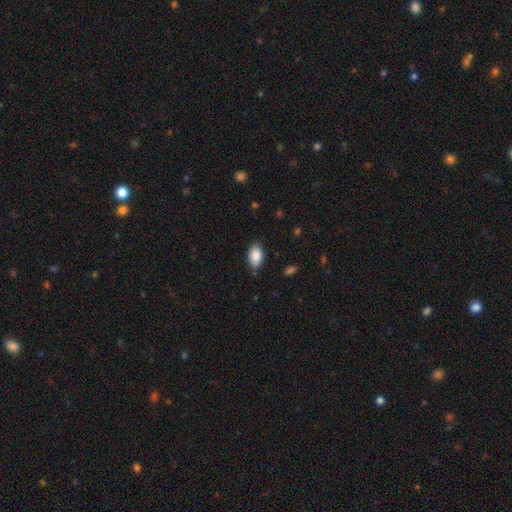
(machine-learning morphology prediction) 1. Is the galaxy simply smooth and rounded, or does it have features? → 87% smooth, 7% star or artifact, 6% featured or disk.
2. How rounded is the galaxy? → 93% in between, 6% round, 2% cigar-shaped.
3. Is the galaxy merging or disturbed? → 84% none, 13% minor disturbance, 2% major disturbance, 1% merger.